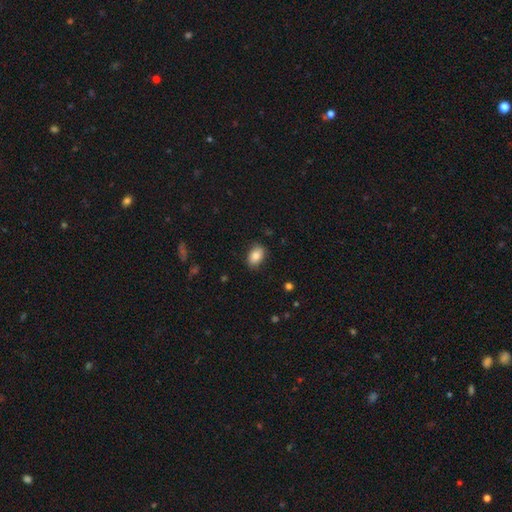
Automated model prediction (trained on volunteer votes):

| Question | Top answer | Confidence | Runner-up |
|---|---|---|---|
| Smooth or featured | smooth | 84% | featured or disk (8%) |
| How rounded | in between | 85% | round (14%) |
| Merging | none | 85% | minor disturbance (12%) |